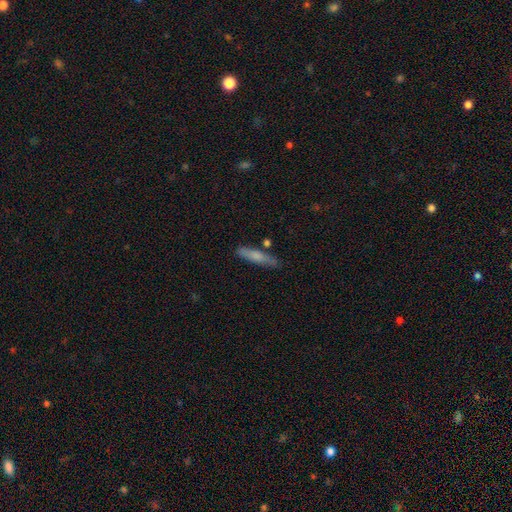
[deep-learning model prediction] Morphology: type=smooth (70%); roundness=cigar-shaped (86%); merging=none (78%).